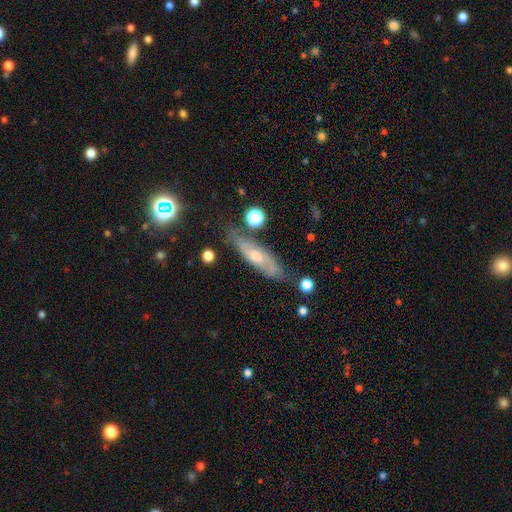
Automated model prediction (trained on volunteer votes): Smooth or featured? Predicted: featured or disk (p=0.56). Edge-on disk? Predicted: no (p=0.56). Merging? Predicted: none (p=0.71).